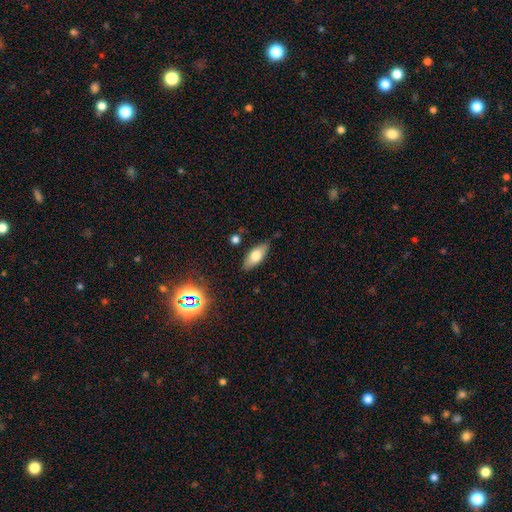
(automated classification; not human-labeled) smooth_or_featured: smooth (p=0.69) [alt: featured or disk p=0.22]
how_rounded: in between (p=0.81) [alt: cigar-shaped p=0.16]
merging: none (p=0.82) [alt: minor disturbance p=0.13]